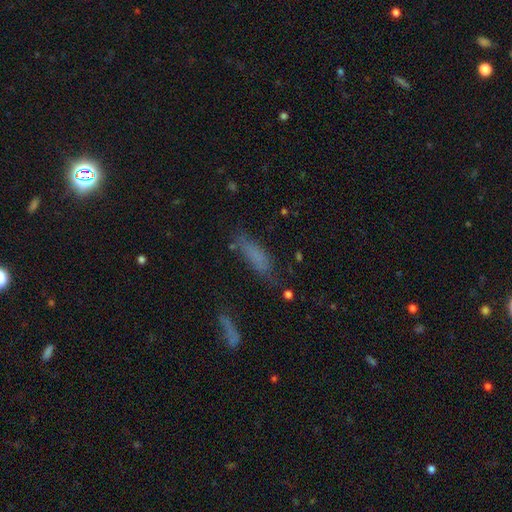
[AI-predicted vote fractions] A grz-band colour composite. It shows a smooth galaxy with no disk features (71%) that is cigar-shaped (52%). Merging: none (64%).